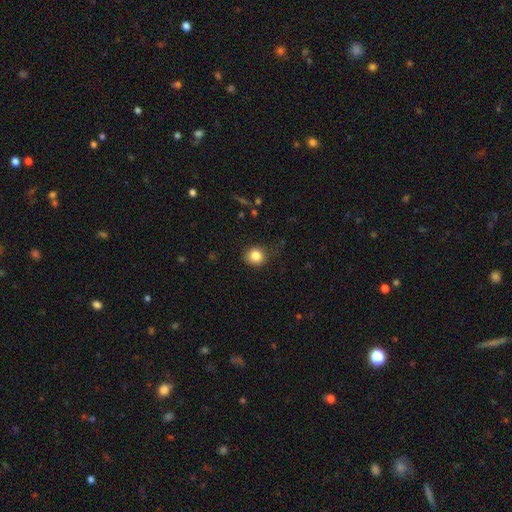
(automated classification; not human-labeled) The model was most divided on "merging": none: 78%, minor disturbance: 16%, major disturbance: 4%, merger: 1%. More confident: smooth or featured — smooth (83%); how rounded — round (83%).